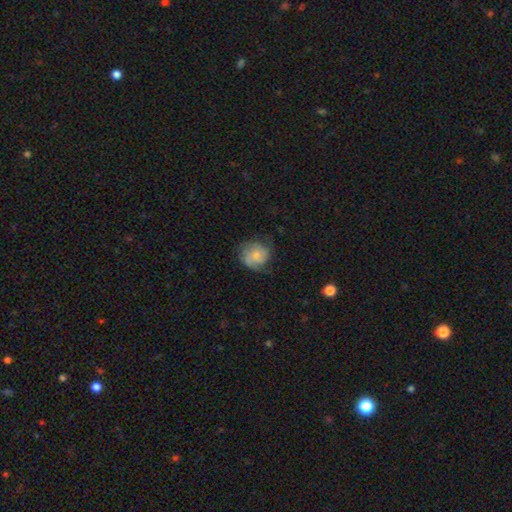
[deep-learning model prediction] Q: Smooth or featured?
A: smooth (48%); runner-up: featured or disk (44%)
Q: Merging?
A: none (62%); runner-up: minor disturbance (24%)